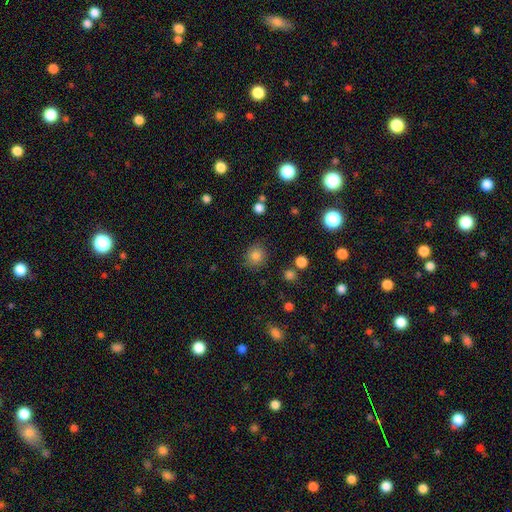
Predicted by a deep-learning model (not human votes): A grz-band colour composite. It shows a smooth galaxy with no disk features (82%) that is round (85%). Merging: none (85%).